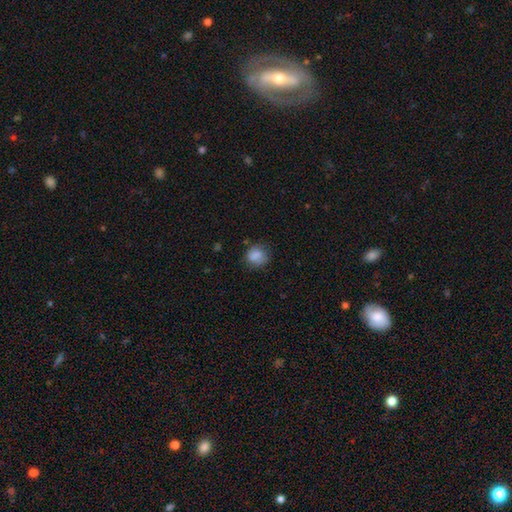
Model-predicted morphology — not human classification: This is clearly a smooth galaxy (82%). How rounded: likely round (76%). Merging: likely none (70%).